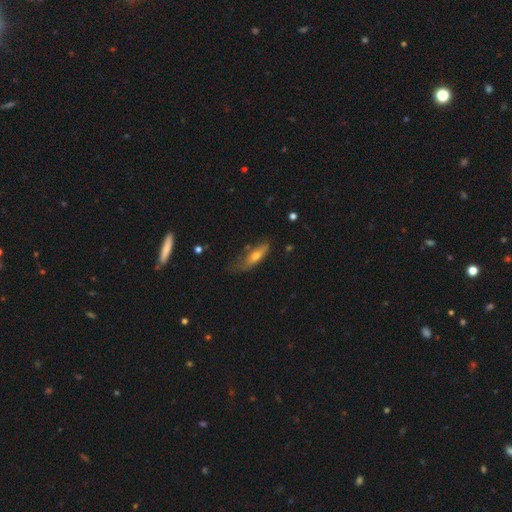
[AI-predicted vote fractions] Smooth or featured: smooth — 61% (featured or disk — 32%)
How rounded: cigar-shaped — 52% (in between — 46%)
Merging: none — 48% (minor disturbance — 33%)